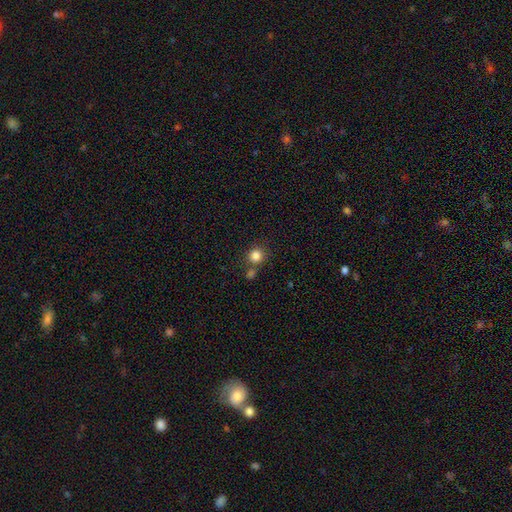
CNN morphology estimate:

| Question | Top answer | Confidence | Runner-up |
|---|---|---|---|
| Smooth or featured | smooth | 83% | star or artifact (12%) |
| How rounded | round | 90% | in between (9%) |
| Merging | none | 70% | merger (17%) |